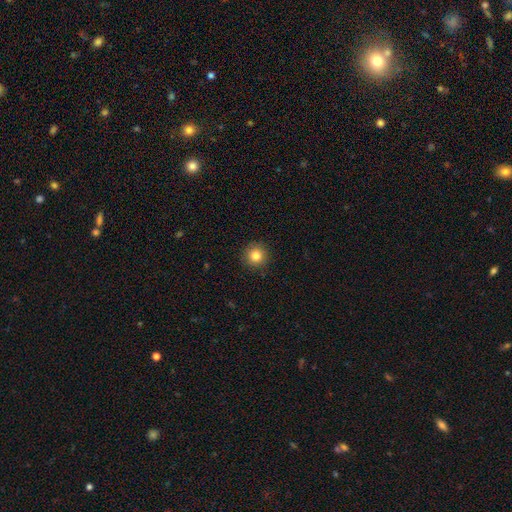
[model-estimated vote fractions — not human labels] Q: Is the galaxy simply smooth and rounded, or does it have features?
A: smooth — 83%.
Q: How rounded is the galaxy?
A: round — 95%.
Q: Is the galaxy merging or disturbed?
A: none — 92%.